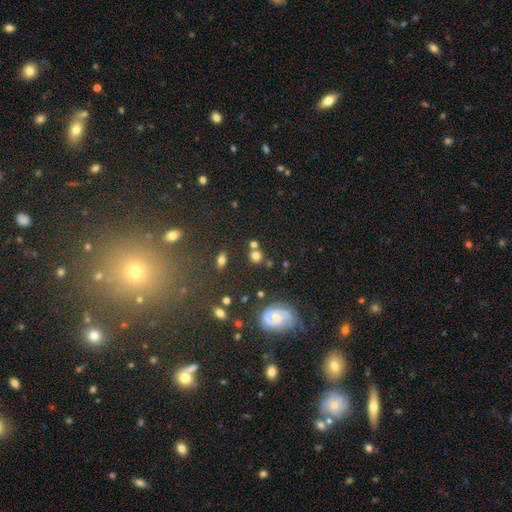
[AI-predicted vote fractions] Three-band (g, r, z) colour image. It shows a smooth galaxy with no disk features (70%) that is round (79%). Merging: none (68%).